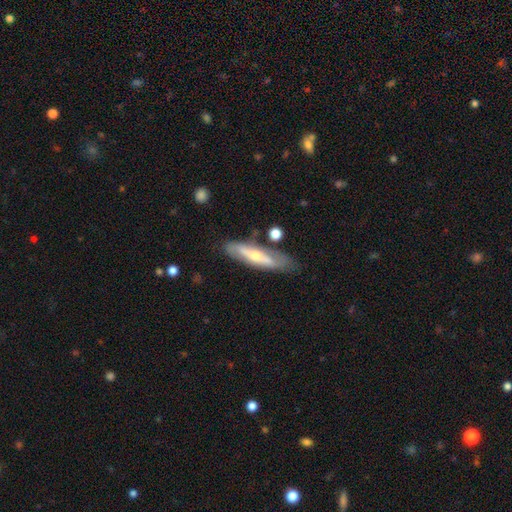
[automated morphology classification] smooth-or-featured: featured or disk: 60% | smooth: 34% | star or artifact: 6%
  disk-edge-on: yes: 51% | no: 49%
  merging: none: 71% | minor disturbance: 18% | major disturbance: 5% | merger: 5%